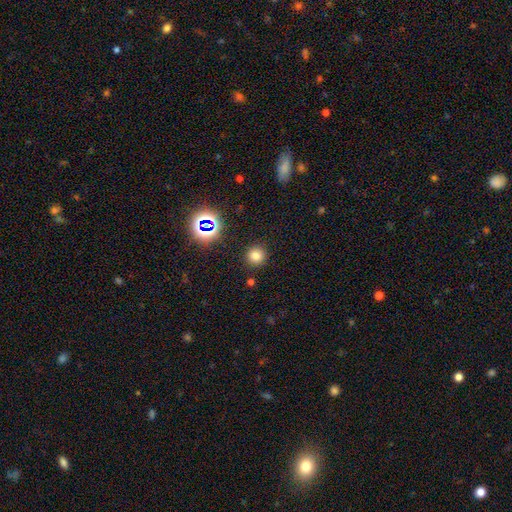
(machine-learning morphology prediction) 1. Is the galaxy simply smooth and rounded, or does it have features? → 76% smooth, 18% star or artifact, 6% featured or disk.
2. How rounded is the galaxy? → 94% round, 5% in between, 1% cigar-shaped.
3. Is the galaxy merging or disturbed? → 90% none, 6% minor disturbance, 2% major disturbance, 2% merger.